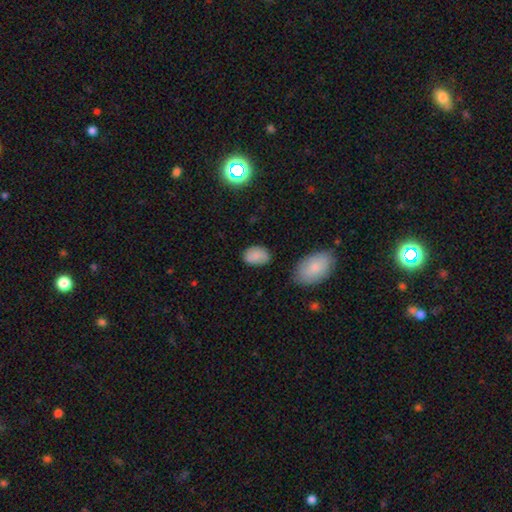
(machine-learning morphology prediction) Smooth or featured: smooth — 83% (featured or disk — 9%)
How rounded: in between — 83% (round — 15%)
Merging: none — 74% (minor disturbance — 19%)